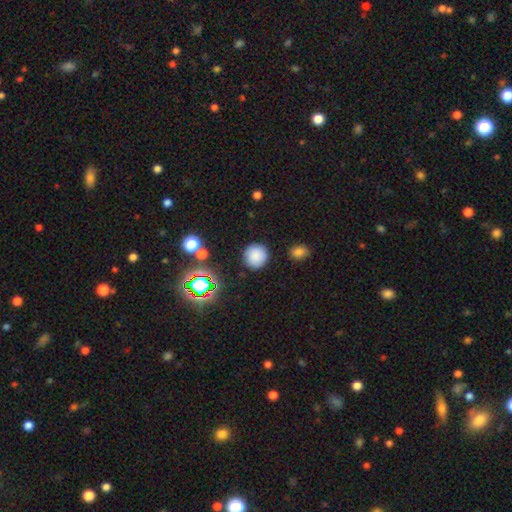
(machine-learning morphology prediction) smooth-or-featured: smooth: 83% | star or artifact: 12% | featured or disk: 5%
  how-rounded: round: 93% | in between: 6% | cigar-shaped: 1%
  merging: none: 88% | minor disturbance: 8% | major disturbance: 2% | merger: 2%